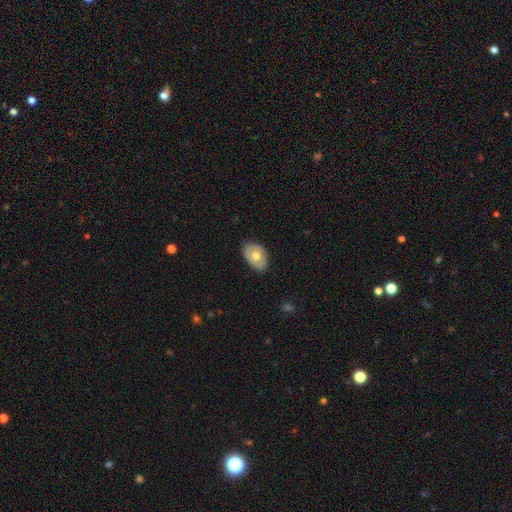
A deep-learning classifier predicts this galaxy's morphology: A smooth galaxy with no disk features (57%) that is in between round and cigar-shaped (82%). Merging: none (81%).